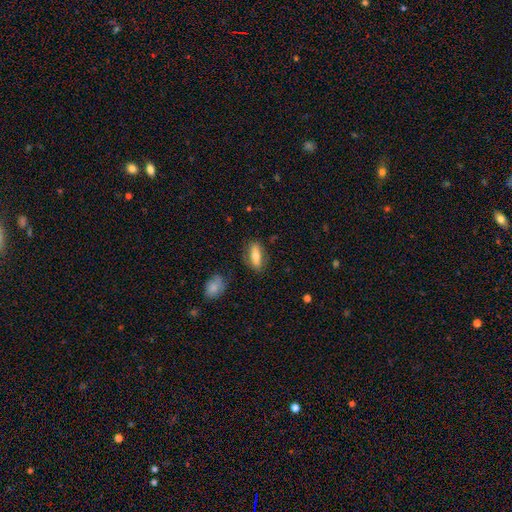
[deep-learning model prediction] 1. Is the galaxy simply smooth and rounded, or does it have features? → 61% smooth, 32% featured or disk, 7% star or artifact.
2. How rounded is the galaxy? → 67% in between, 29% cigar-shaped, 4% round.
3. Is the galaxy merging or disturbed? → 80% none, 14% minor disturbance, 4% major disturbance, 2% merger.